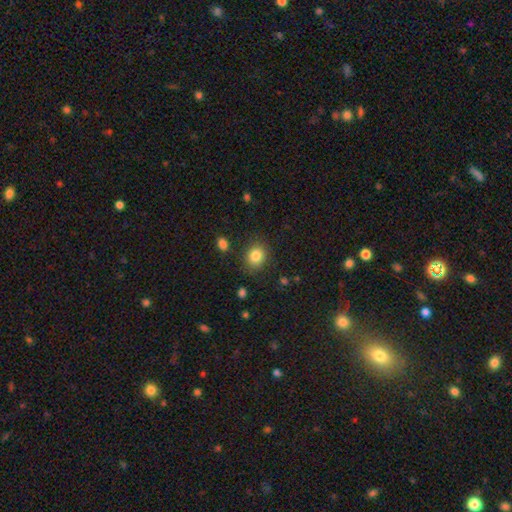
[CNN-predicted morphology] Smooth or featured? smooth (83%)
How rounded? round (60%)
Merging? none (84%)